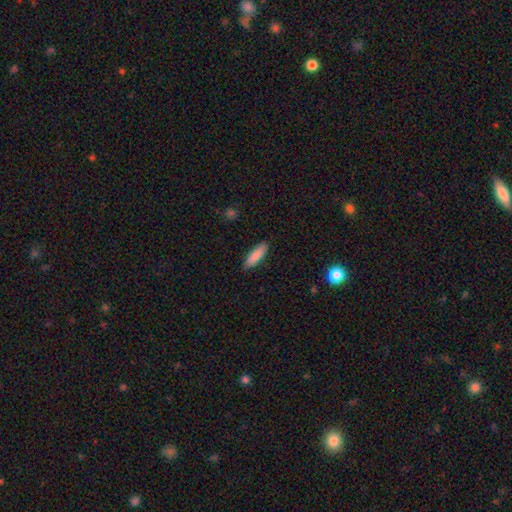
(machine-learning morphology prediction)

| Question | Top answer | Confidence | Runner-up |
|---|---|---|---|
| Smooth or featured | smooth | 87% | featured or disk (7%) |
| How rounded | cigar-shaped | 59% | in between (40%) |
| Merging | none | 88% | minor disturbance (9%) |